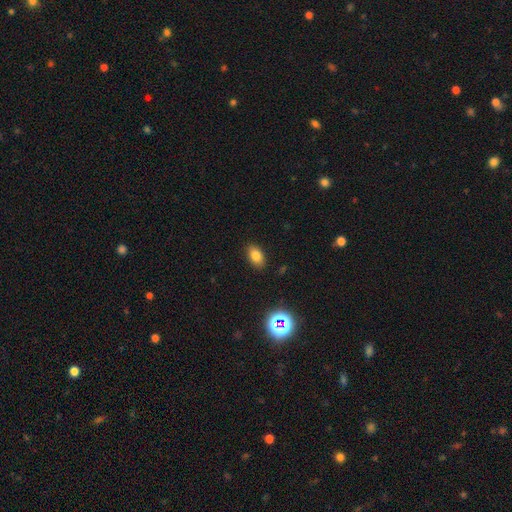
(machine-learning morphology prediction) smooth 80%, star or artifact 12%, featured or disk 8%. Down the decision tree: how rounded — in between (88%); merging — none (87%).